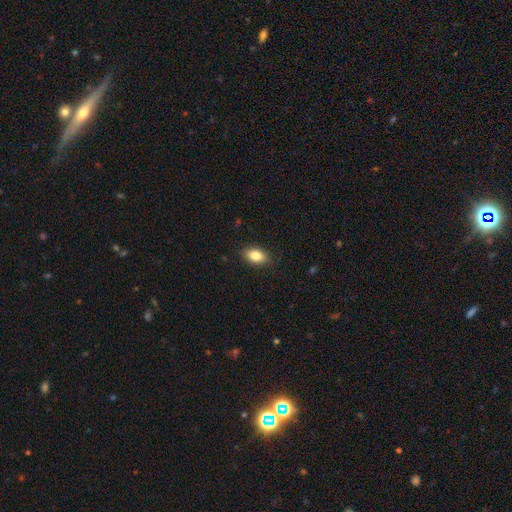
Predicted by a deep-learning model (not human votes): This appears to be a smooth galaxy with no disk features (84%) that is in between round and cigar-shaped (88%). Merging: none (88%).